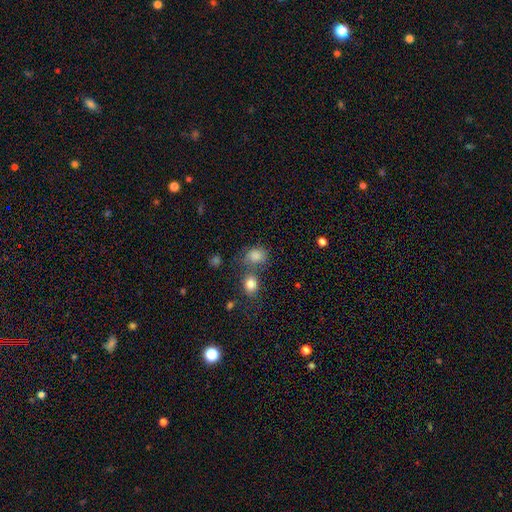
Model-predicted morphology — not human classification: Smooth or featured? smooth (80%)
How rounded? round (53%)
Merging? none (51%)